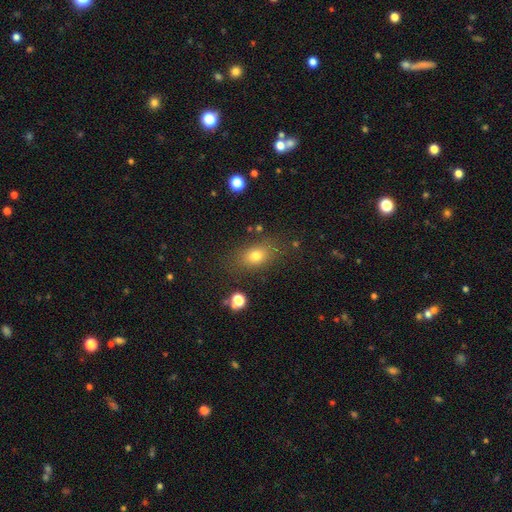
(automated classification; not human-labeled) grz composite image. It shows a smooth galaxy with no disk features (75%) that is in between round and cigar-shaped (74%). Merging: none (78%).